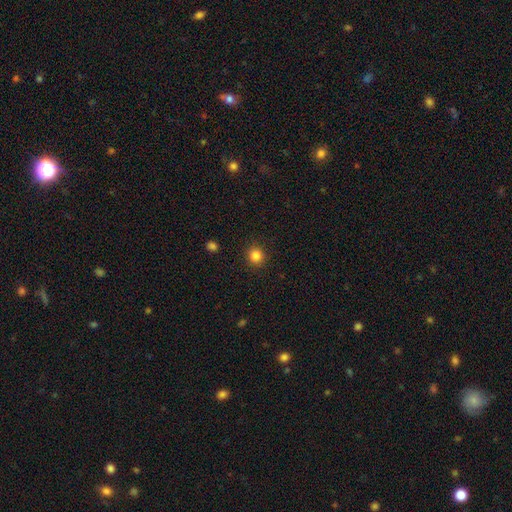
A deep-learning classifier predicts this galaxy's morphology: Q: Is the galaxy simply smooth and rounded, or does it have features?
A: smooth — 85%.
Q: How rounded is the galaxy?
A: round — 91%.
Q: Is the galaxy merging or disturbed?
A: none — 91%.